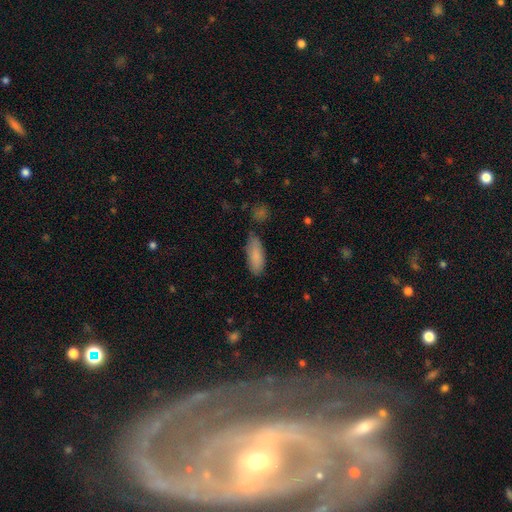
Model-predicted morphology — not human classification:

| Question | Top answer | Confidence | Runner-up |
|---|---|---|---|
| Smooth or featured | smooth | 85% | featured or disk (8%) |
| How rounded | in between | 70% | cigar-shaped (28%) |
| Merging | none | 71% | minor disturbance (20%) |